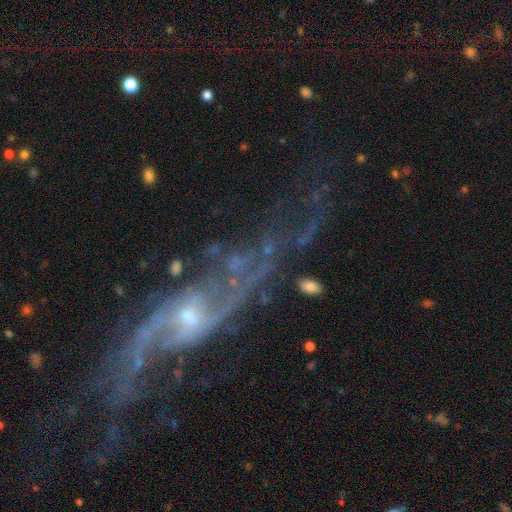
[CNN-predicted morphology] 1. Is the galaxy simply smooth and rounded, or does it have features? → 87% featured or disk, 8% star or artifact, 5% smooth.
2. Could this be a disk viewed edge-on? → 87% no, 13% yes.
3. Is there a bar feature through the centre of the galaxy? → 54% no, 34% weak, 12% strong.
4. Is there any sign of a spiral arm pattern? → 93% yes, 7% no.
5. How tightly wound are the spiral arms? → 60% loose, 29% medium, 11% tight.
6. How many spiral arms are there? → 74% 2, 11% can't tell, 5% 3, 4% 1, 3% 4, 3% more than 4.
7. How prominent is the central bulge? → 68% small, 27% moderate, 3% none, 2% large, 1% dominant.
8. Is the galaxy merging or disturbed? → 58% none, 19% major disturbance, 17% minor disturbance, 5% merger.